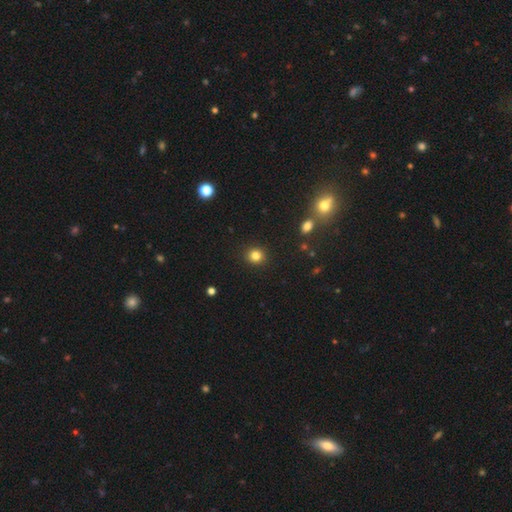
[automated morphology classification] The model was most divided on "smooth or featured": smooth: 83%, star or artifact: 12%, featured or disk: 5%. More confident: merging — none (92%); how rounded — round (89%).